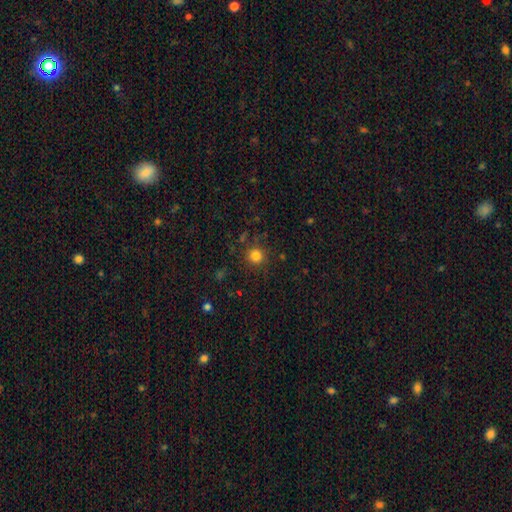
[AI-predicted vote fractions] Smooth or featured: smooth — 81% (star or artifact — 14%)
How rounded: round — 94% (in between — 5%)
Merging: none — 86% (minor disturbance — 8%)